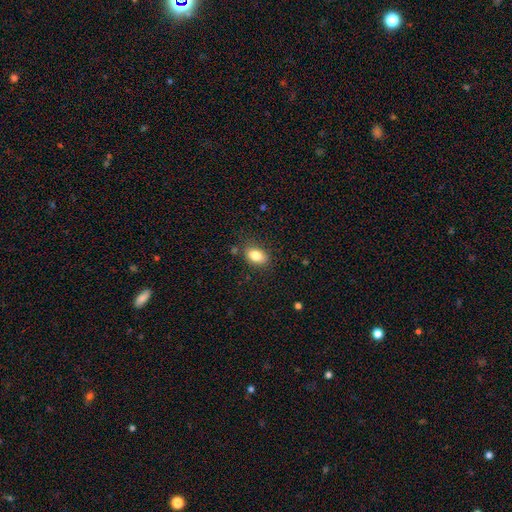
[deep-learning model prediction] Q: Smooth or featured?
A: smooth (83%); runner-up: featured or disk (8%)
Q: How rounded?
A: in between (87%); runner-up: round (11%)
Q: Merging?
A: none (81%); runner-up: minor disturbance (13%)